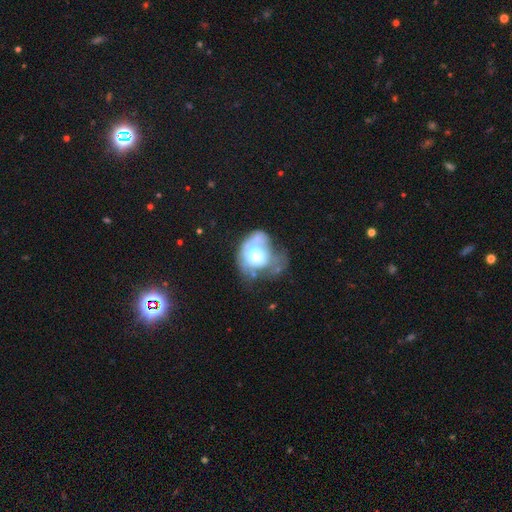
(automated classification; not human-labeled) Q: Smooth or featured?
A: featured or disk (53%); runner-up: smooth (38%)
Q: Edge-on disk?
A: no (97%); runner-up: yes (3%)
Q: Bar?
A: no (83%); runner-up: weak (14%)
Q: Spiral arms?
A: no (69%); runner-up: yes (31%)
Q: Bulge size?
A: moderate (47%); runner-up: large (41%)
Q: Merging?
A: major disturbance (40%); runner-up: minor disturbance (25%)